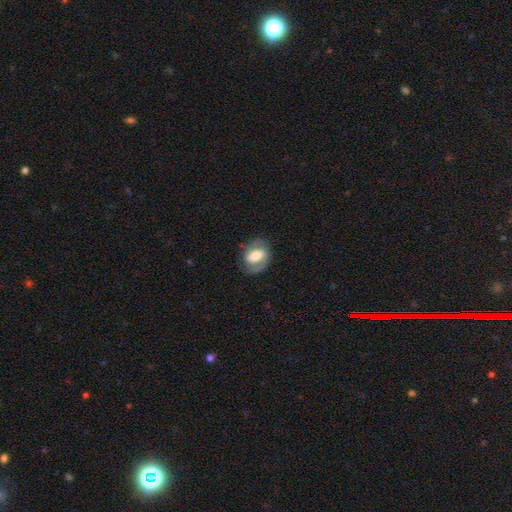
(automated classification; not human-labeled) The model was most divided on "bar": weak: 41%, strong: 36%, no: 23%. Remaining: edge-on disk — no (97%); spiral arms — yes (86%); spiral arm count — 2 (83%); merging — none (77%); smooth or featured — featured or disk (69%); bulge size — moderate (50%); spiral winding — medium (48%).